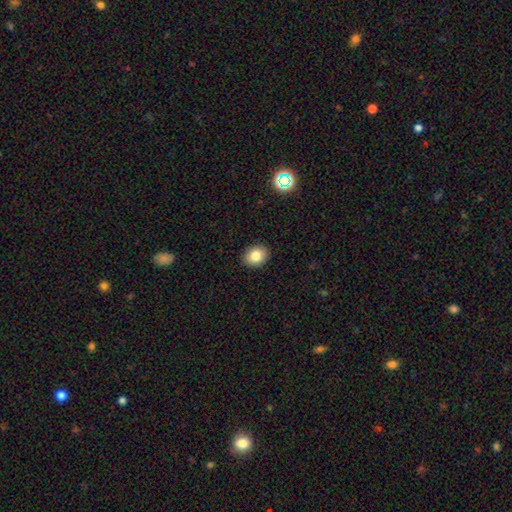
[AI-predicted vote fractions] Overall: smooth (82%). How rounded: in between (51%; round 48%). Merging: none (91%).